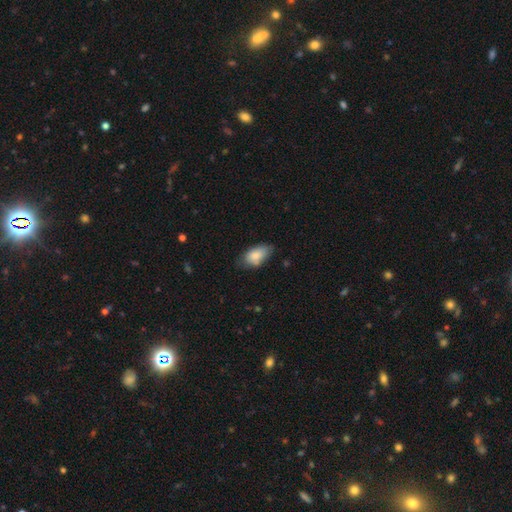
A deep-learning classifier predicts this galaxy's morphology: smooth_or_featured: smooth (p=0.85) [alt: featured or disk p=0.09]
how_rounded: in between (p=0.93) [alt: round p=0.04]
merging: none (p=0.63) [alt: minor disturbance p=0.30]